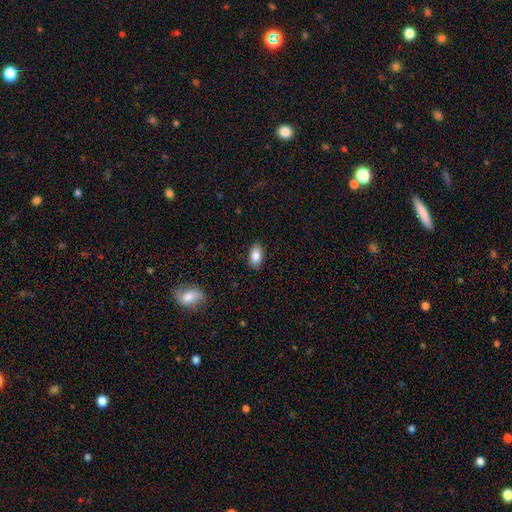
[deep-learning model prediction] A smooth galaxy with no disk features (86%) that is in between round and cigar-shaped (91%).

Vote fractions:
- Smooth or featured? smooth: 86% / star or artifact: 7% / featured or disk: 6%
- How rounded? in between: 91% / round: 6% / cigar-shaped: 2%
- Merging? none: 87% / minor disturbance: 10% / major disturbance: 2% / merger: 1%